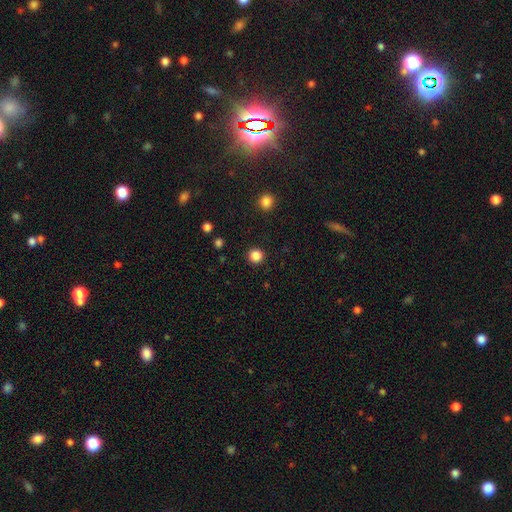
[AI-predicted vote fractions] The model was most divided on "smooth or featured": smooth: 85%, star or artifact: 12%, featured or disk: 3%. More confident: how rounded — round (94%); merging — none (92%).